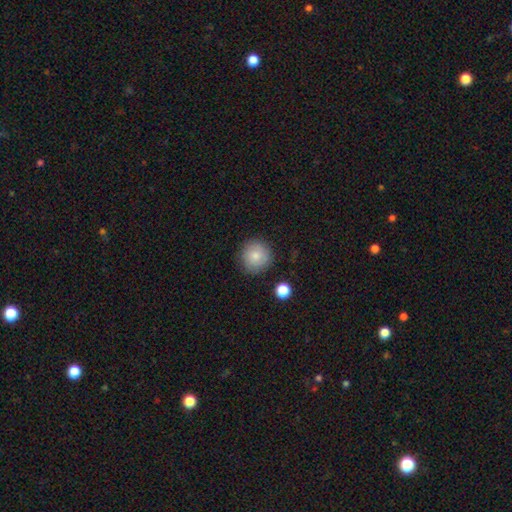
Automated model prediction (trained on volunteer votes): This is clearly a smooth galaxy (83%). How rounded: clearly round (94%). Merging: clearly none (87%).